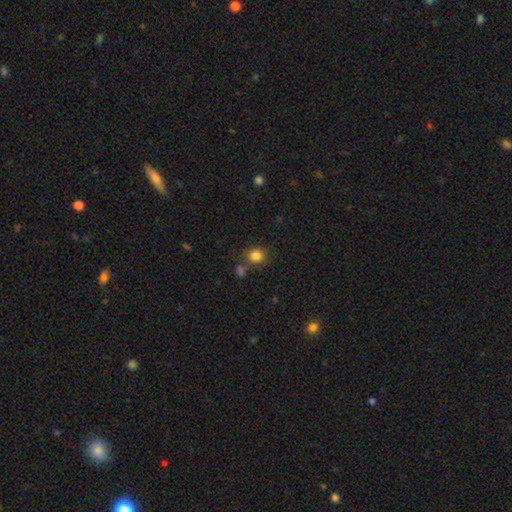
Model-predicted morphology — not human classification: This is clearly a smooth galaxy (83%). How rounded: likely round (79%). Merging: likely none (76%).